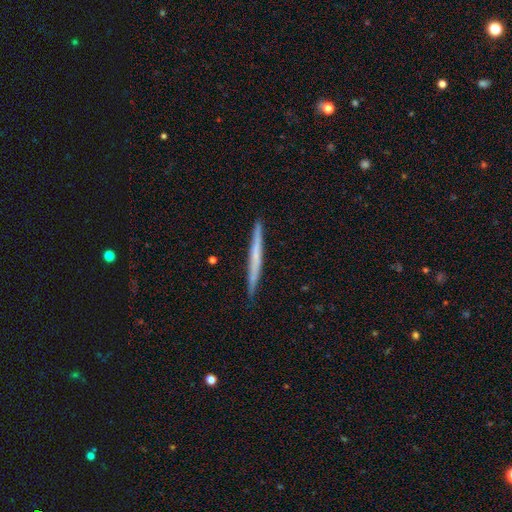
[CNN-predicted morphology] Q: Smooth or featured?
A: smooth (49%); runner-up: featured or disk (46%)
Q: Merging?
A: none (90%); runner-up: minor disturbance (7%)